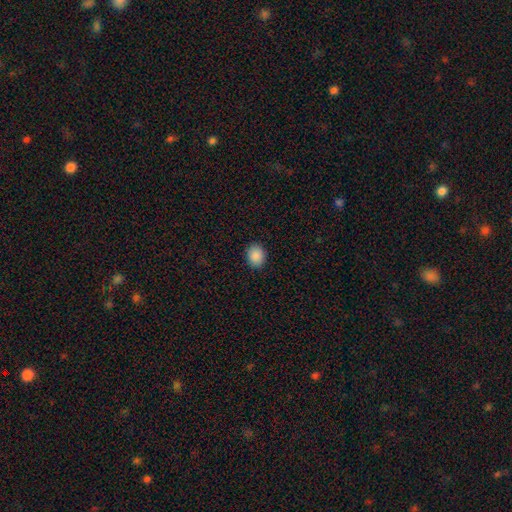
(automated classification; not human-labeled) Smooth or featured? Predicted: smooth (p=0.89). How rounded? Predicted: round (p=0.59). Merging? Predicted: none (p=0.90).